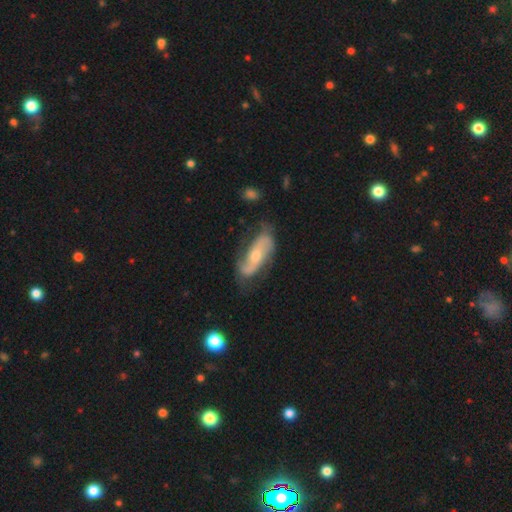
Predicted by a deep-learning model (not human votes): Smooth or featured? featured or disk (77%)
Edge-on disk? no (92%)
Bar? no (50%)
Spiral arms? yes (92%)
Spiral winding? loose (43%)
Spiral arm count? 2 (85%)
Bulge size? moderate (56%)
Merging? none (64%)